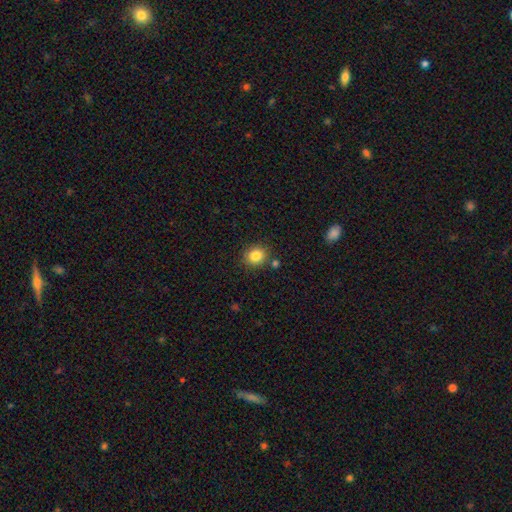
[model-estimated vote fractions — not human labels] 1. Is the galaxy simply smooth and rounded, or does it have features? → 84% smooth, 10% star or artifact, 6% featured or disk.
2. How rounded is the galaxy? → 76% round, 23% in between, 1% cigar-shaped.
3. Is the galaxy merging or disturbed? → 82% none, 10% minor disturbance, 5% merger, 3% major disturbance.